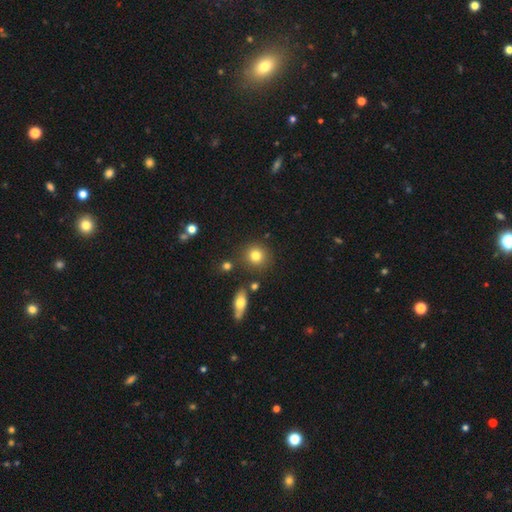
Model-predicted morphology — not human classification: smooth 81%, star or artifact 11%, featured or disk 8%. Down the decision tree: how rounded — round (87%); merging — none (83%).